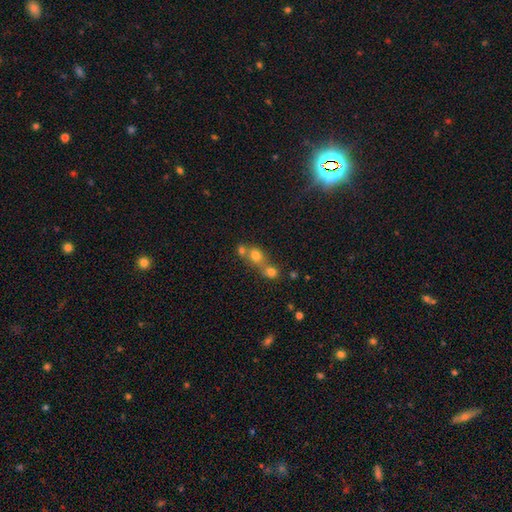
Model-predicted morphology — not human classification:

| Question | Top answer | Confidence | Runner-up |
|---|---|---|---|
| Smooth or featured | smooth | 72% | star or artifact (15%) |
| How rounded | round | 76% | in between (22%) |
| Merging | merger | 57% | none (34%) |